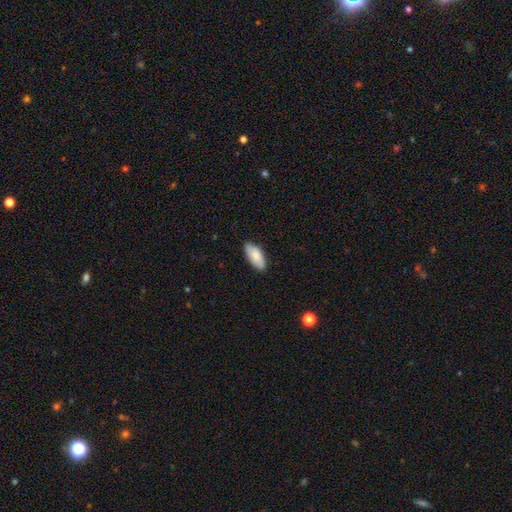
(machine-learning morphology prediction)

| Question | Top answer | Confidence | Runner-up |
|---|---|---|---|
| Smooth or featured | smooth | 83% | featured or disk (11%) |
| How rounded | in between | 87% | cigar-shaped (11%) |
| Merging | none | 84% | minor disturbance (13%) |